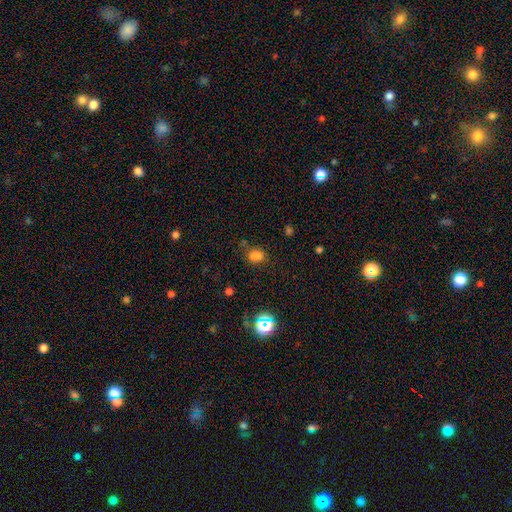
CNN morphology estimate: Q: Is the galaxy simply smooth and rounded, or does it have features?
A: smooth — 71%.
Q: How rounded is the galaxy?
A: in between — 57%.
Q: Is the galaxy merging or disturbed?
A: none — 63%.